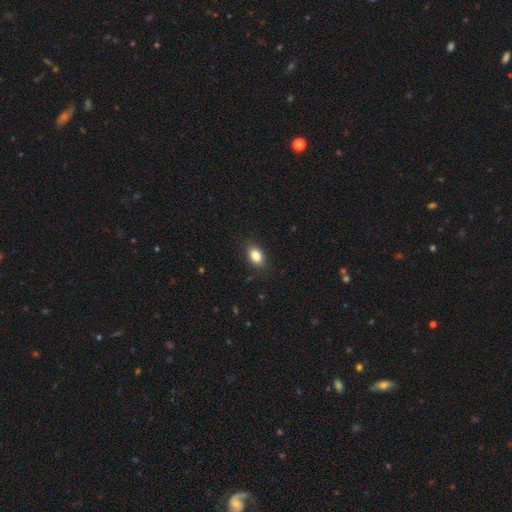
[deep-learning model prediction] A smooth galaxy with no disk features (85%) that is in between round and cigar-shaped (85%).

Vote fractions:
- Smooth or featured? smooth: 85% / star or artifact: 9% / featured or disk: 6%
- How rounded? in between: 85% / round: 14% / cigar-shaped: 2%
- Merging? none: 87% / minor disturbance: 10% / major disturbance: 2% / merger: 1%